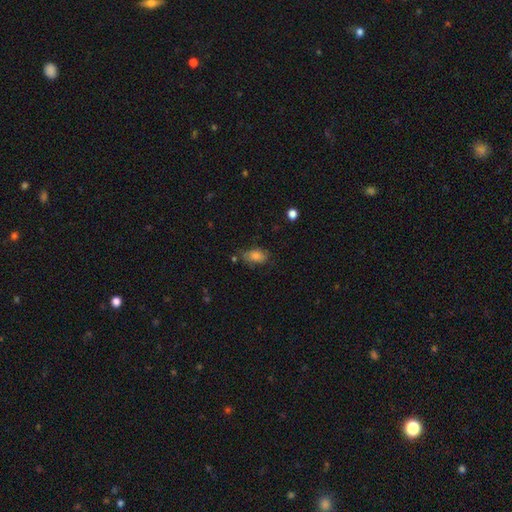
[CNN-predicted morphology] smooth_or_featured: smooth (p=0.78) [alt: featured or disk p=0.12]
how_rounded: in between (p=0.87) [alt: round p=0.09]
merging: none (p=0.66) [alt: minor disturbance p=0.24]